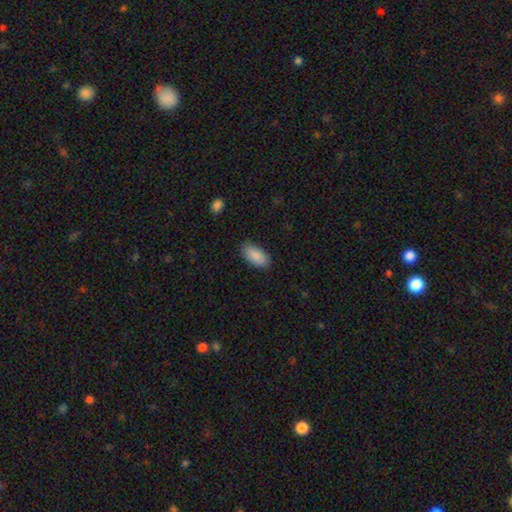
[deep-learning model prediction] Morphology: type=smooth (89%); roundness=in between (94%); merging=none (85%).